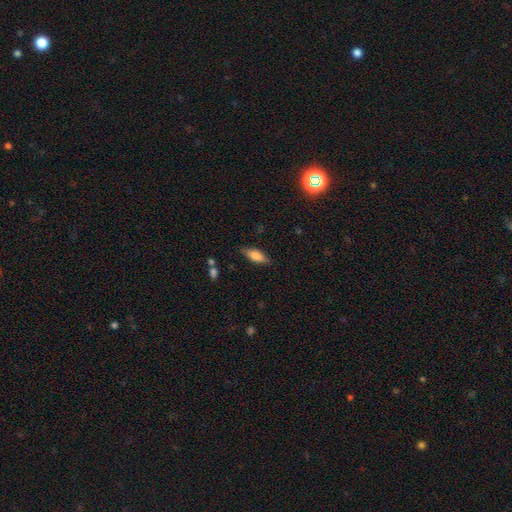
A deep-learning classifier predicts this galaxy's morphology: Smooth or featured? smooth (74%)
How rounded? in between (68%)
Merging? none (81%)